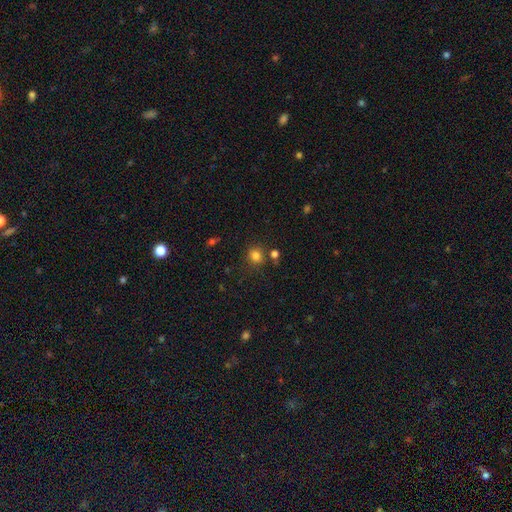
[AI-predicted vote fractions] A smooth galaxy with no disk features (80%) that is round (79%). Merging: none (75%).